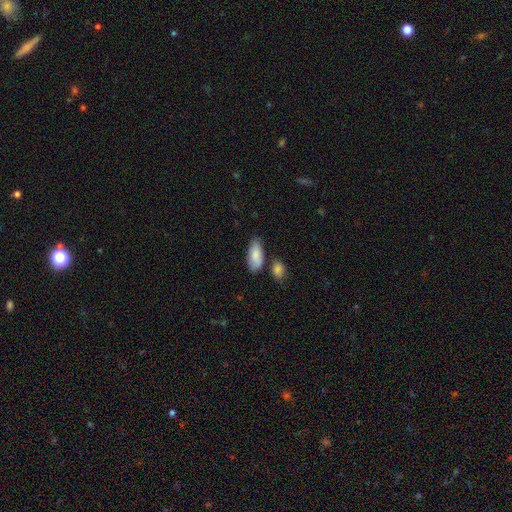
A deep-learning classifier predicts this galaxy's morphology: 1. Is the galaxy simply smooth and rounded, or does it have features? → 84% smooth, 10% featured or disk, 6% star or artifact.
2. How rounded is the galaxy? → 89% in between, 9% cigar-shaped, 2% round.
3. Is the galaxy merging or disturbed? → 69% none, 18% minor disturbance, 10% merger, 4% major disturbance.